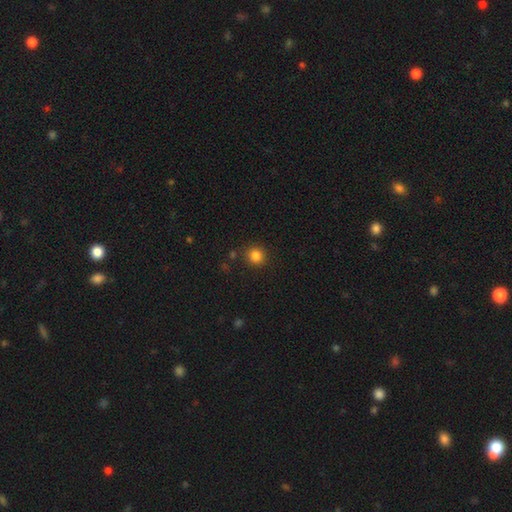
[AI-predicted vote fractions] A smooth galaxy with no disk features (83%) that is round (92%).

Vote fractions:
- Smooth or featured? smooth: 83% / star or artifact: 12% / featured or disk: 4%
- How rounded? round: 92% / in between: 8% / cigar-shaped: 1%
- Merging? none: 87% / minor disturbance: 7% / merger: 3% / major disturbance: 3%